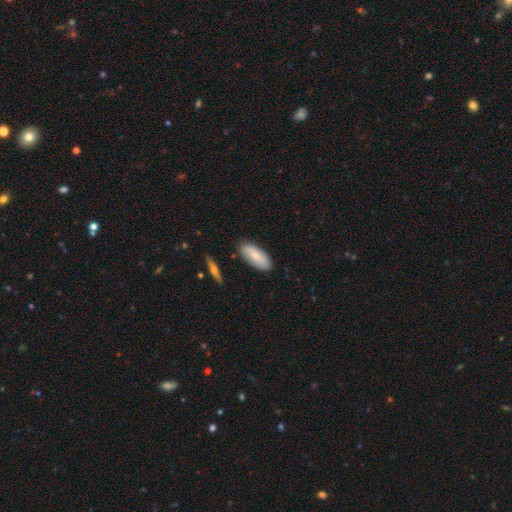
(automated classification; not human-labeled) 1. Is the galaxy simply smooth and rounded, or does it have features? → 75% smooth, 19% featured or disk, 6% star or artifact.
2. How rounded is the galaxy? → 81% in between, 17% cigar-shaped, 2% round.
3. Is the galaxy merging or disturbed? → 83% none, 12% minor disturbance, 2% merger, 2% major disturbance.